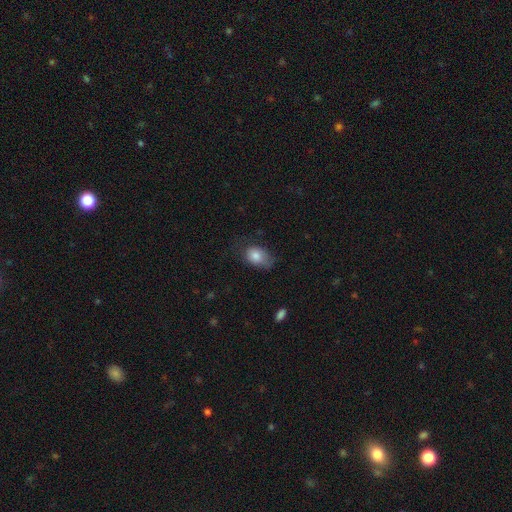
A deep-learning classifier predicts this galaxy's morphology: Smooth or featured?
  - smooth: 81% *
  - featured or disk: 11%
  - star or artifact: 8%
How rounded?
  - in between: 74% *
  - round: 25%
  - cigar-shaped: 1%
Merging?
  - none: 46% *
  - minor disturbance: 35%
  - major disturbance: 17%
  - merger: 2%